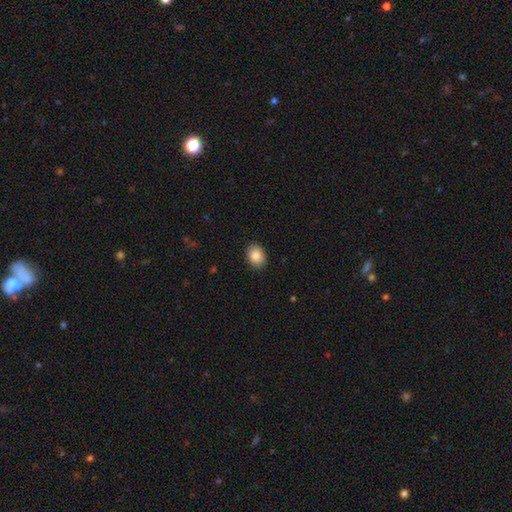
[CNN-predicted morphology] Smooth or featured? Predicted: smooth (p=0.86). How rounded? Predicted: in between (p=0.73). Merging? Predicted: none (p=0.89).